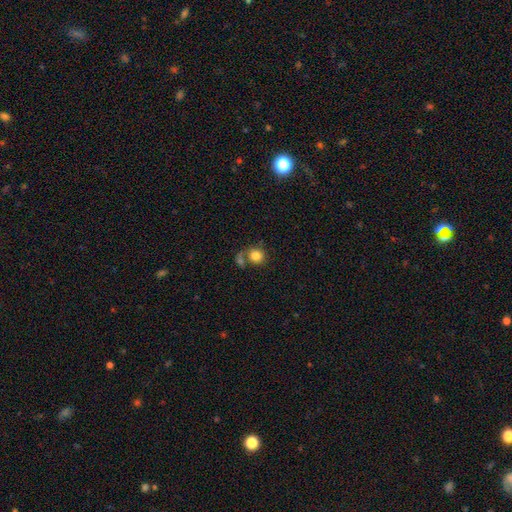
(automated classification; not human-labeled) Smooth or featured?
  - smooth: 82% *
  - star or artifact: 9%
  - featured or disk: 9%
How rounded?
  - round: 81% *
  - in between: 18%
  - cigar-shaped: 1%
Merging?
  - none: 54% *
  - merger: 26%
  - minor disturbance: 12%
  - major disturbance: 8%